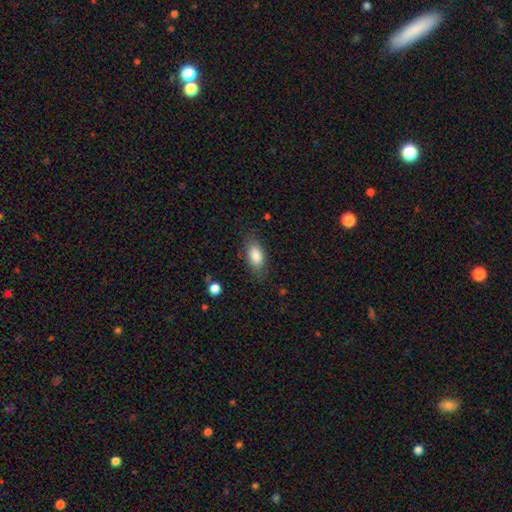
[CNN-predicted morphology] The model was most divided on "merging": none: 78%, minor disturbance: 15%, major disturbance: 5%, merger: 1%. More confident: how rounded — in between (88%); smooth or featured — smooth (85%).